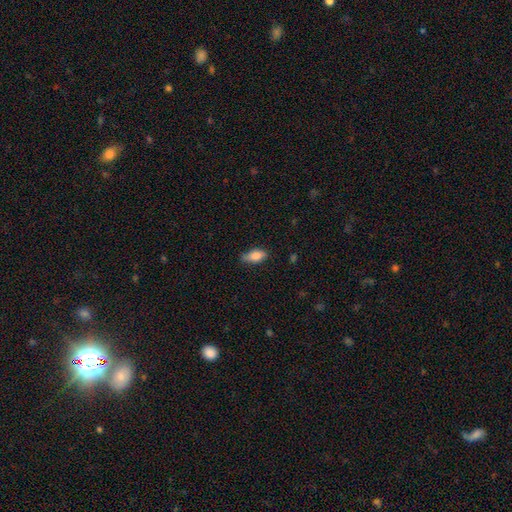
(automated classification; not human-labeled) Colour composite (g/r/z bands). It shows a smooth galaxy with no disk features (81%) that is in between round and cigar-shaped (86%). Merging: none (67%).